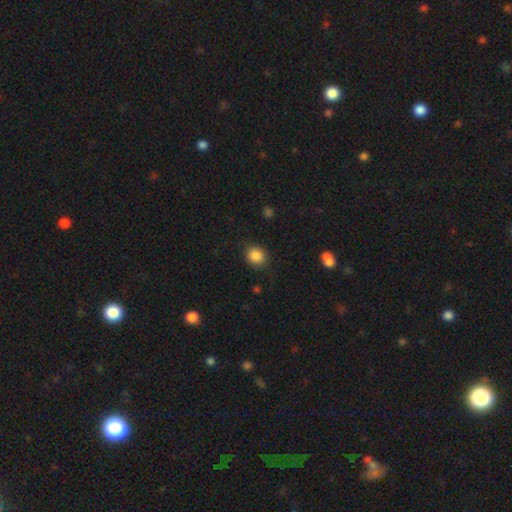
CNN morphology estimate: Smooth or featured?
  - smooth: 87% *
  - star or artifact: 10%
  - featured or disk: 4%
How rounded?
  - round: 77% *
  - in between: 22%
  - cigar-shaped: 1%
Merging?
  - none: 87% *
  - minor disturbance: 9%
  - major disturbance: 3%
  - merger: 1%